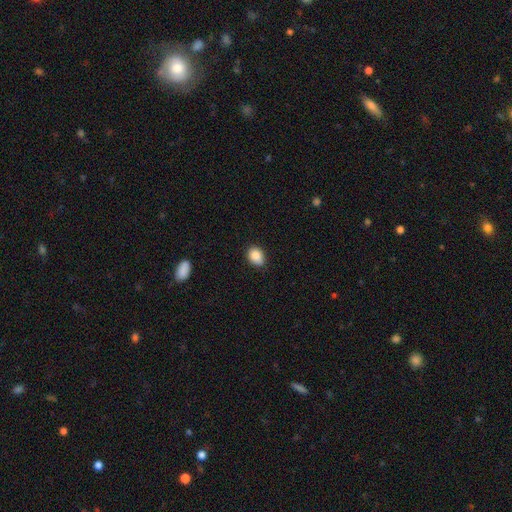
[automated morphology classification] Smooth or featured? Predicted: smooth (p=0.88). How rounded? Predicted: in between (p=0.75). Merging? Predicted: none (p=0.79).